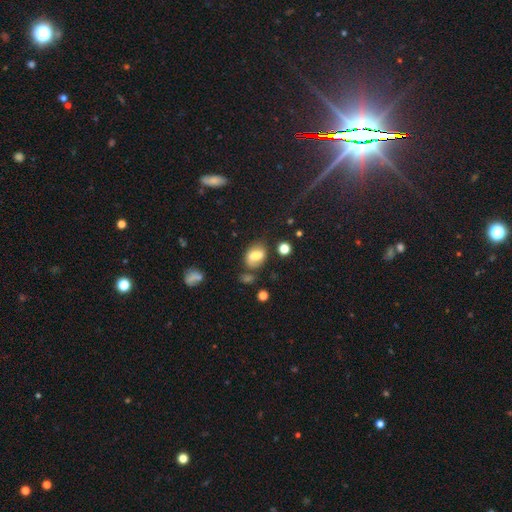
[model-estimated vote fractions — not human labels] A smooth galaxy with no disk features (62%) that is in between round and cigar-shaped (72%).

Vote fractions:
- Smooth or featured? smooth: 62% / featured or disk: 27% / star or artifact: 11%
- How rounded? in between: 72% / round: 26% / cigar-shaped: 2%
- Merging? none: 56% / minor disturbance: 25% / major disturbance: 10% / merger: 9%